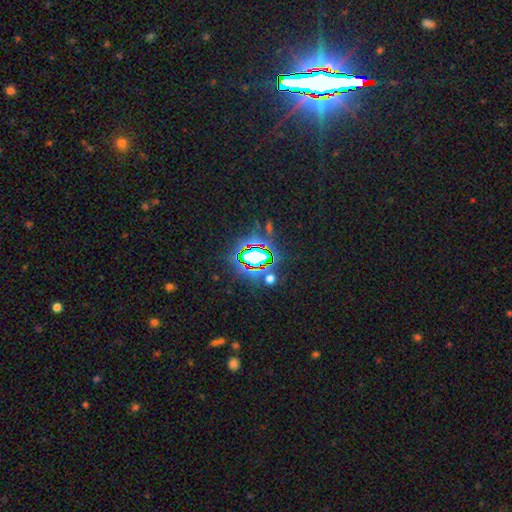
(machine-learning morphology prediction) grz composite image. It shows a star or artifact, not a galaxy (72%).